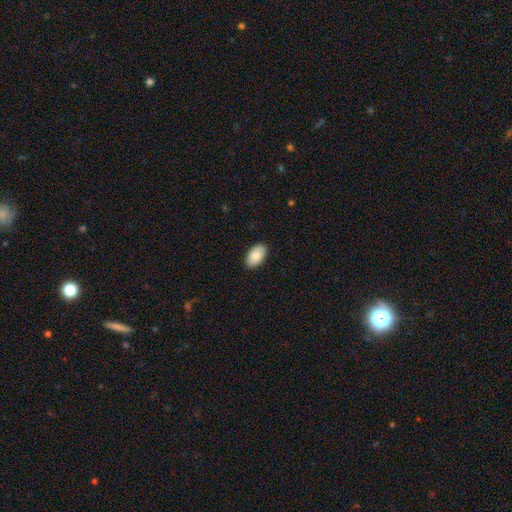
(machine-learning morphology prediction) smooth-or-featured: smooth: 83% | featured or disk: 11% | star or artifact: 6%
  how-rounded: in between: 94% | round: 4% | cigar-shaped: 1%
  merging: none: 89% | minor disturbance: 8% | major disturbance: 2% | merger: 1%